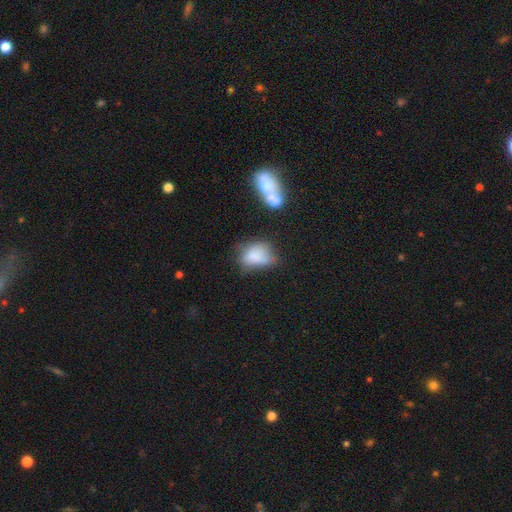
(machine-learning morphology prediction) The model was most divided on "merging": minor disturbance: 35%, none: 32%, major disturbance: 21%, merger: 11%. More confident: how rounded — in between (75%); smooth or featured — smooth (73%).